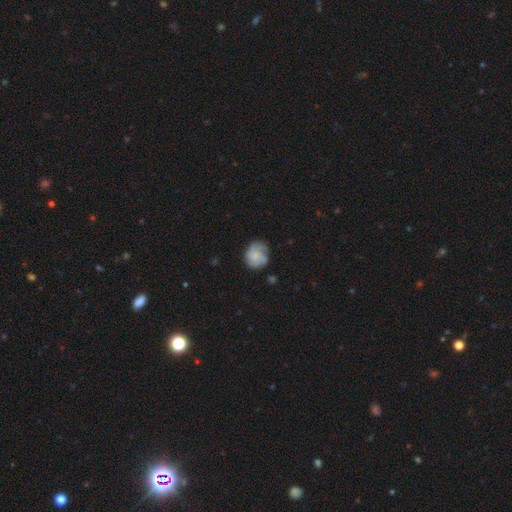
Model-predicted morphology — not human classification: Overall: smooth (46%, tied with featured or disk). Merging: none (66%).